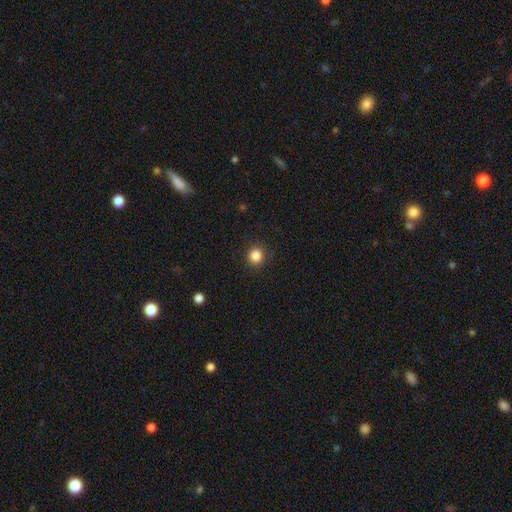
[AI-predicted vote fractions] smooth 85%, star or artifact 11%, featured or disk 4%. Down the decision tree: how rounded — round (87%); merging — none (90%).